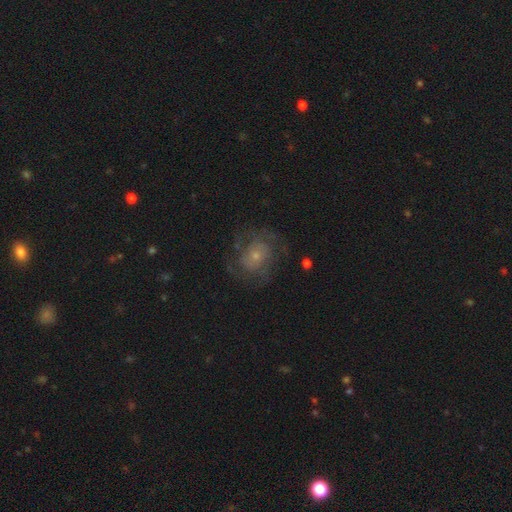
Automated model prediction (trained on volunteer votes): The model was most divided on "bulge size": small: 63%, moderate: 28%, none: 4%, large: 4%, dominant: 1%. More confident: edge-on disk — no (97%); bar — no (80%); spiral arms — yes (79%); merging — none (69%); smooth or featured — featured or disk (61%).